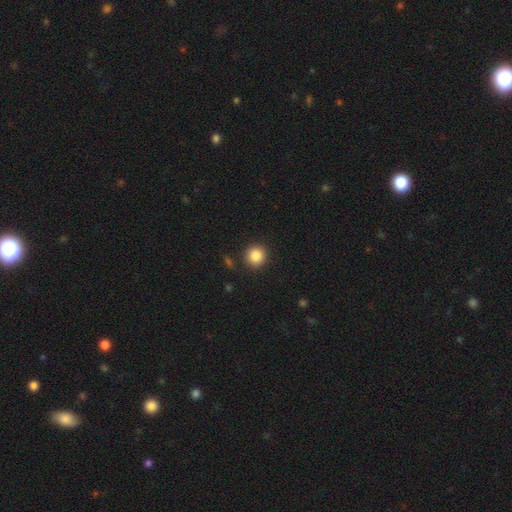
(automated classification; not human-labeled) Smooth or featured? smooth (87%)
How rounded? round (93%)
Merging? none (89%)